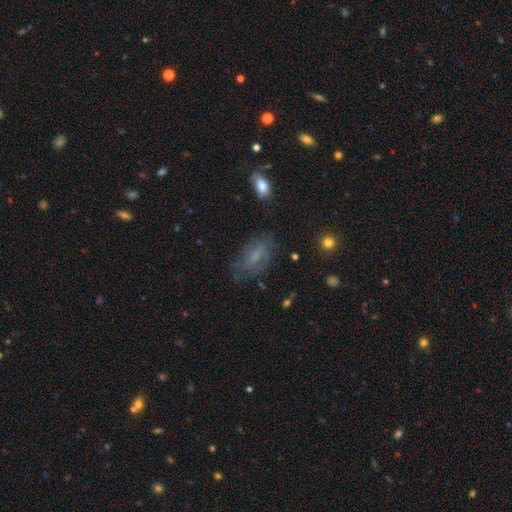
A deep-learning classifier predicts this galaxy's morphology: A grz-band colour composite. It shows a featured or disk galaxy (47%). Merging: none (64%).